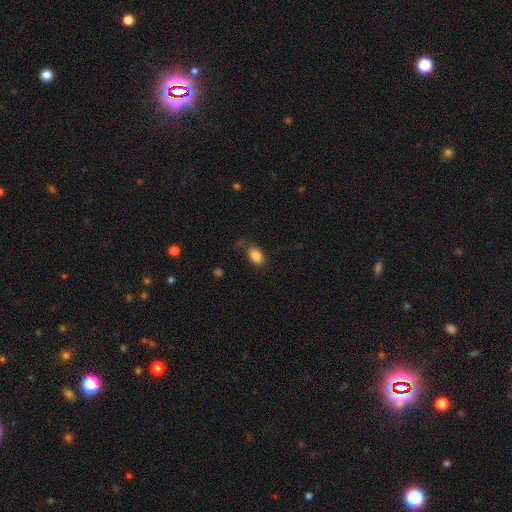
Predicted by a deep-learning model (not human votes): Smooth or featured? smooth (85%)
How rounded? in between (88%)
Merging? none (71%)